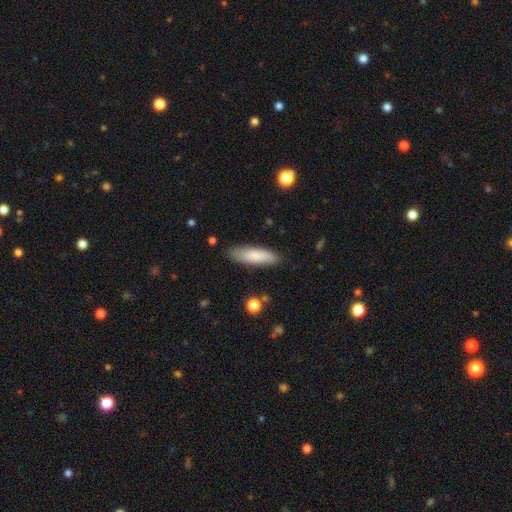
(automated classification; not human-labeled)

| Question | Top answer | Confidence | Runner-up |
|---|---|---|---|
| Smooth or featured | smooth | 82% | featured or disk (12%) |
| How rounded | cigar-shaped | 52% | in between (47%) |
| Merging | none | 85% | minor disturbance (12%) |